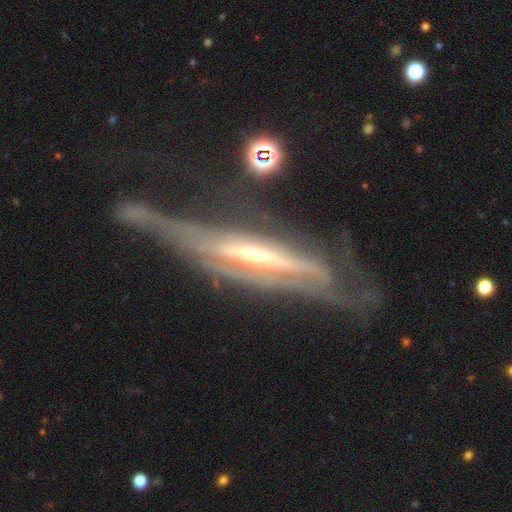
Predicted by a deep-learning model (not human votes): This appears to be a featured or disk galaxy (85%) viewed edge-on (64%) with a rounded central bulge (66%). Merging: none (40%).